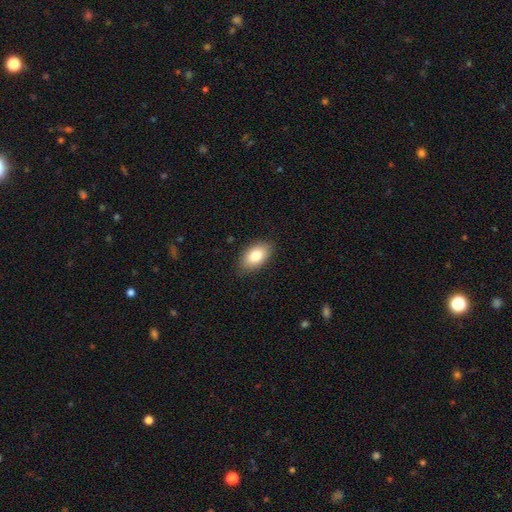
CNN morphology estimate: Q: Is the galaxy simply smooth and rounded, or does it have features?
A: smooth — 81%.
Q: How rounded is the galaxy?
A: in between — 92%.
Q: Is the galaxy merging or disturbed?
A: none — 85%.